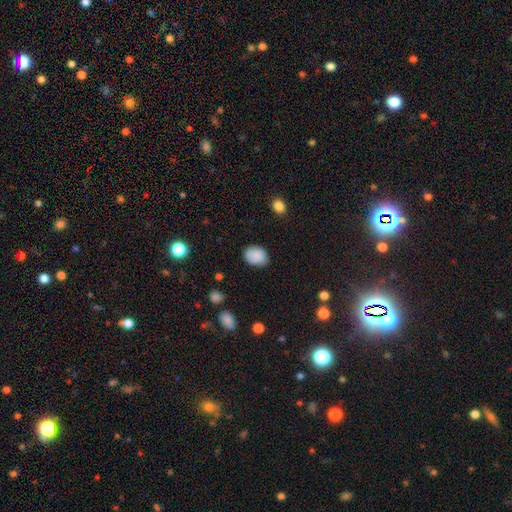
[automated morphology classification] Smooth or featured: smooth — 88% (star or artifact — 8%)
How rounded: in between — 63% (round — 36%)
Merging: none — 81% (minor disturbance — 14%)